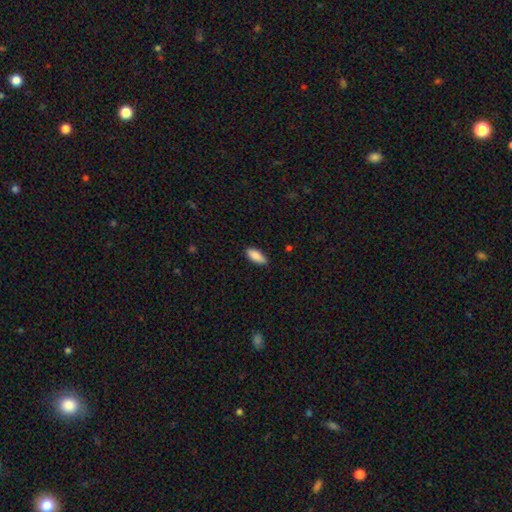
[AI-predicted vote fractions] Smooth or featured? Predicted: smooth (p=0.88). How rounded? Predicted: in between (p=0.81). Merging? Predicted: none (p=0.81).